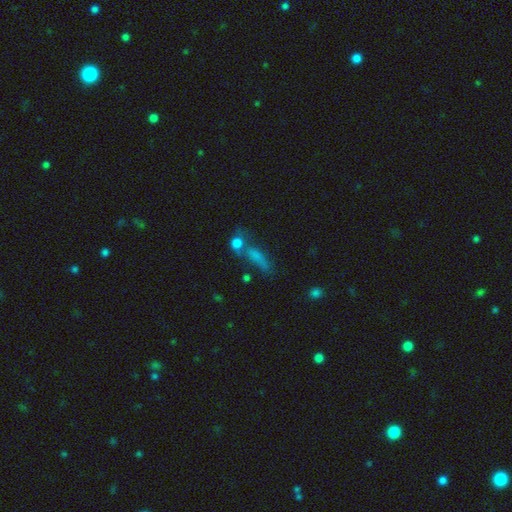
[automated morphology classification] Q: Smooth or featured?
A: smooth (52%); runner-up: star or artifact (26%)
Q: How rounded?
A: cigar-shaped (46%); runner-up: in between (38%)
Q: Merging?
A: none (44%); runner-up: merger (28%)